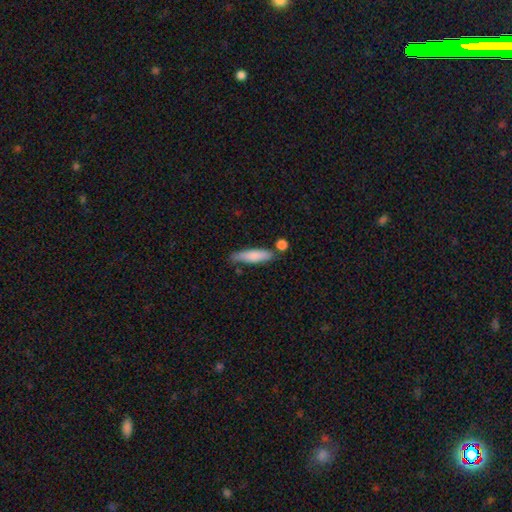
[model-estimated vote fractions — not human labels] A smooth galaxy with no disk features (80%) that is cigar-shaped (71%).

Vote fractions:
- Smooth or featured? smooth: 80% / featured or disk: 14% / star or artifact: 6%
- How rounded? cigar-shaped: 71% / in between: 28% / round: 2%
- Merging? none: 65% / minor disturbance: 19% / merger: 12% / major disturbance: 4%